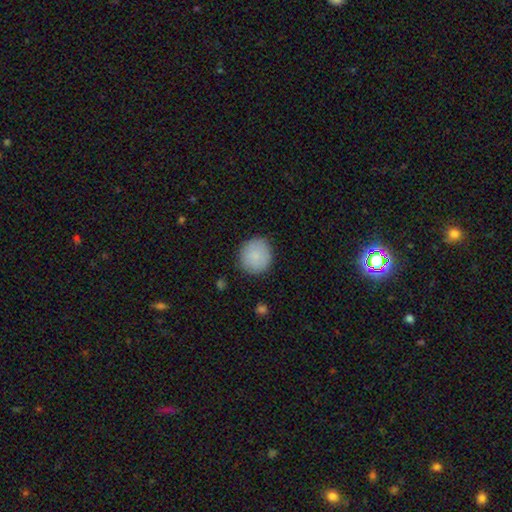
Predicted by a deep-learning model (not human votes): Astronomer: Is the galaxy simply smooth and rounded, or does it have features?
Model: smooth — 87%.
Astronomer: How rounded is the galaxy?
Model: round — 92%.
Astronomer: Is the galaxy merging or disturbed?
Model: none — 87%.